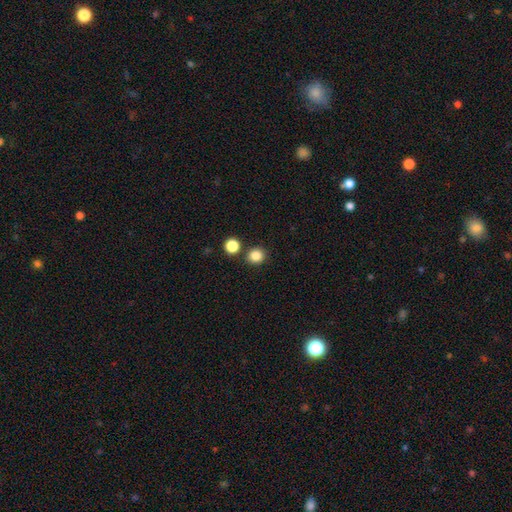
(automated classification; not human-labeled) A smooth galaxy with no disk features (84%) that is round (86%).

Vote fractions:
- Smooth or featured? smooth: 84% / star or artifact: 12% / featured or disk: 4%
- How rounded? round: 86% / in between: 14% / cigar-shaped: 1%
- Merging? none: 83% / merger: 8% / minor disturbance: 7% / major disturbance: 2%